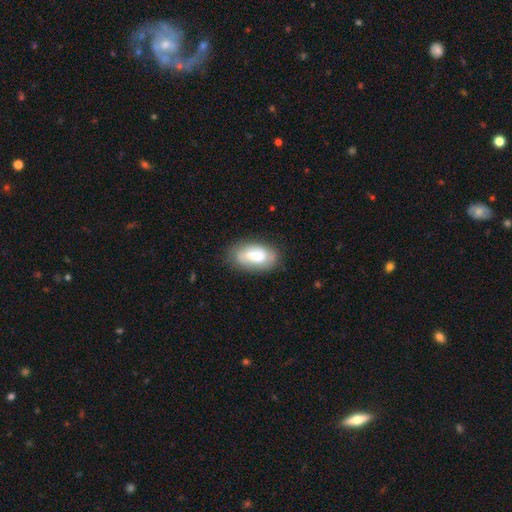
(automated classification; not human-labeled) Morphology: type=smooth (65%); roundness=in between (93%); merging=none (73%).